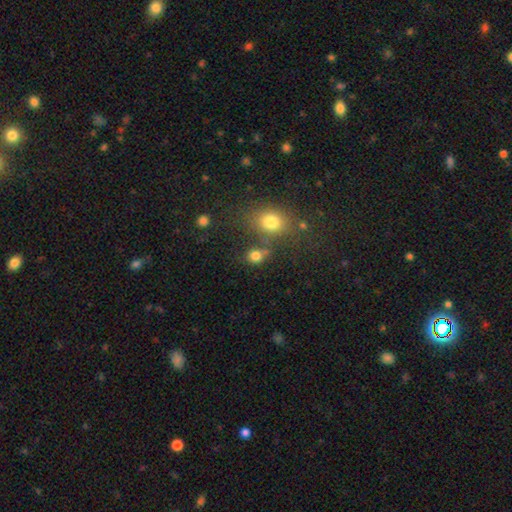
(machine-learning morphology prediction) smooth-or-featured: smooth: 79% | star or artifact: 14% | featured or disk: 6%
  how-rounded: round: 71% | in between: 28% | cigar-shaped: 1%
  merging: none: 64% | merger: 19% | minor disturbance: 12% | major disturbance: 6%